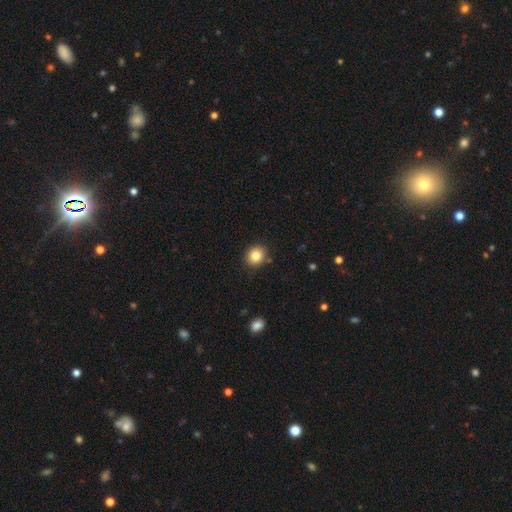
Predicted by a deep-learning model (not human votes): Overall: smooth (83%). How rounded: round (76%). Merging: none (87%).